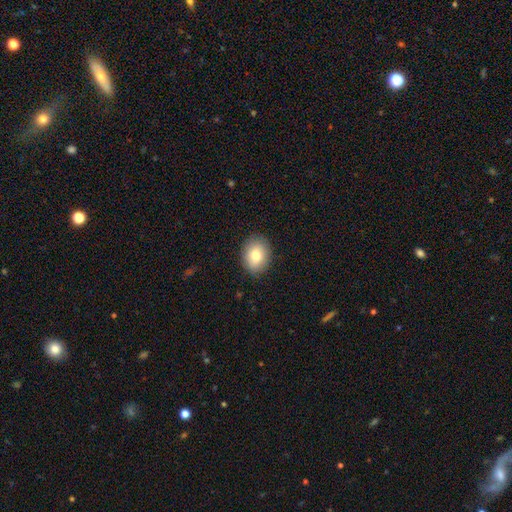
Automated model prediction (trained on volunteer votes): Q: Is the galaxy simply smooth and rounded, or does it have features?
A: smooth — 79%.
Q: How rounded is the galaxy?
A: in between — 58%.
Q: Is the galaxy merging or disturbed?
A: none — 88%.